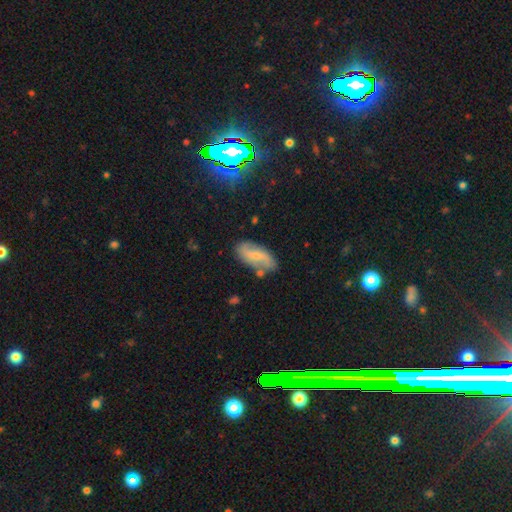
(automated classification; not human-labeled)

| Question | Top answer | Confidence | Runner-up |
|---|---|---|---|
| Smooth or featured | featured or disk | 57% | smooth (36%) |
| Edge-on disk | no | 91% | yes (9%) |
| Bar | no | 43% | weak (40%) |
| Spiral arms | yes | 84% | no (16%) |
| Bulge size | small | 67% | moderate (23%) |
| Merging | none | 73% | minor disturbance (18%) |